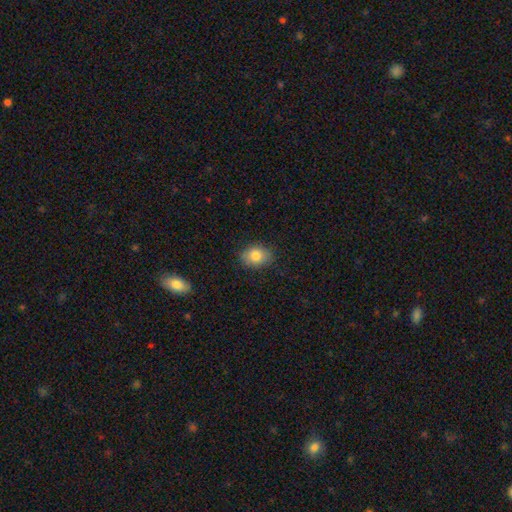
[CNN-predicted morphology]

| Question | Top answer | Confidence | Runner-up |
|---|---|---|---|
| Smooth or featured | smooth | 82% | featured or disk (9%) |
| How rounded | in between | 66% | round (33%) |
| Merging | none | 85% | minor disturbance (11%) |